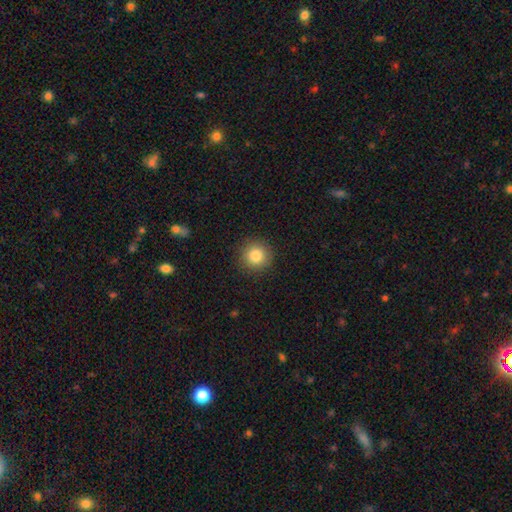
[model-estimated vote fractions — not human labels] smooth_or_featured: smooth (p=0.84) [alt: star or artifact p=0.10]
how_rounded: round (p=0.94) [alt: in between p=0.05]
merging: none (p=0.91) [alt: minor disturbance p=0.06]